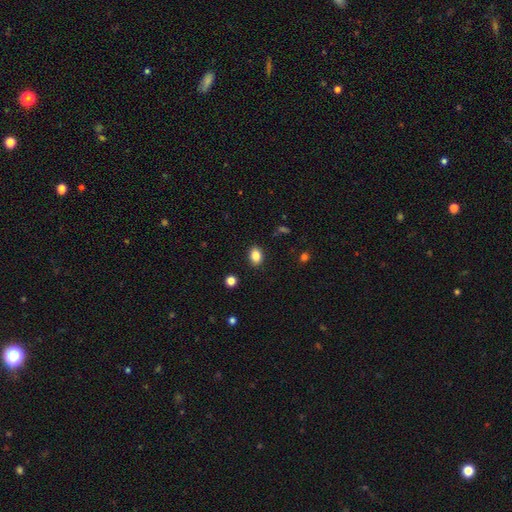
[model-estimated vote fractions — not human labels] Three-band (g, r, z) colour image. It shows a smooth galaxy with no disk features (85%) that is in between round and cigar-shaped (71%). Merging: none (89%).